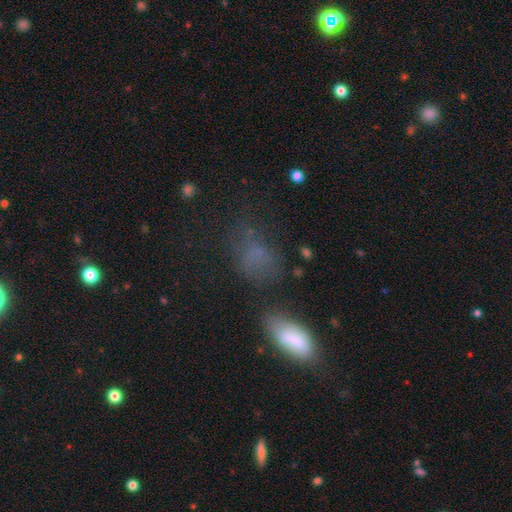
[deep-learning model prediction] smooth 64%, star or artifact 21%, featured or disk 15%. Down the decision tree: how rounded — in between (71%); merging — none (44%).